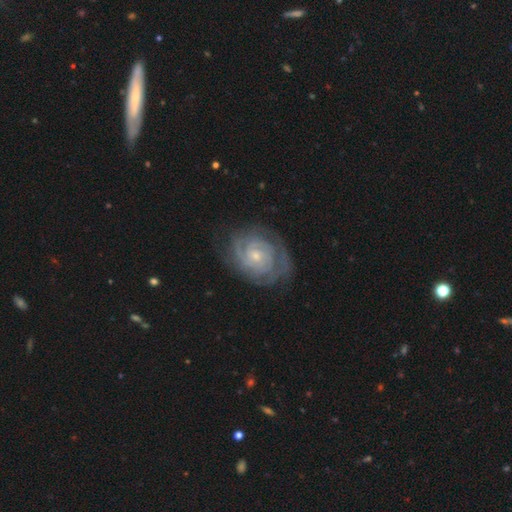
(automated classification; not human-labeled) Smooth or featured? Predicted: featured or disk (p=0.84). Edge-on disk? Predicted: no (p=0.97). Bar? Predicted: no (p=0.72). Spiral arms? Predicted: yes (p=0.94). Spiral winding? Predicted: tight (p=0.75). Spiral arm count? Predicted: can't tell (p=0.36). Bulge size? Predicted: small (p=0.63). Merging? Predicted: none (p=0.75).